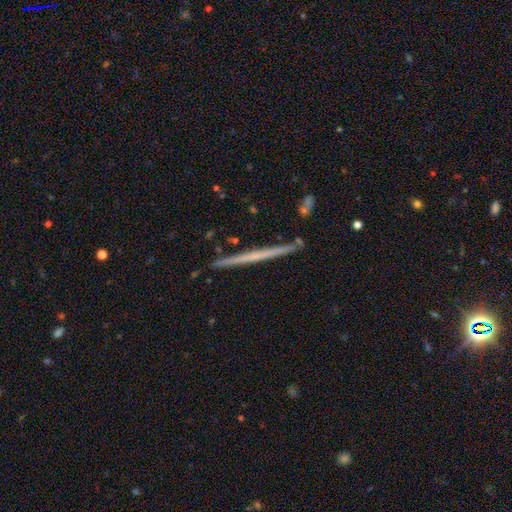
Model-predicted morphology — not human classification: Overall: featured or disk (60%; smooth 35%). Edge-on disk: yes (98%). Edge-on bulge: none (89%). Merging: none (90%).